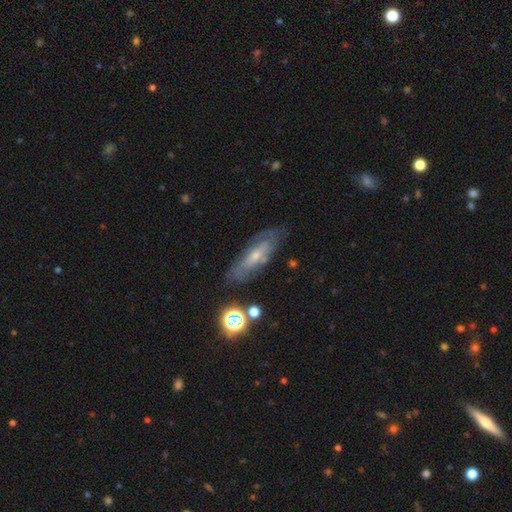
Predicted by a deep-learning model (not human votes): A featured or disk galaxy (61%).

Vote fractions:
- Smooth or featured? featured or disk: 61% / smooth: 28% / star or artifact: 10%
- Edge-on disk? no: 72% / yes: 28%
- Merging? none: 71% / minor disturbance: 19% / major disturbance: 7% / merger: 3%